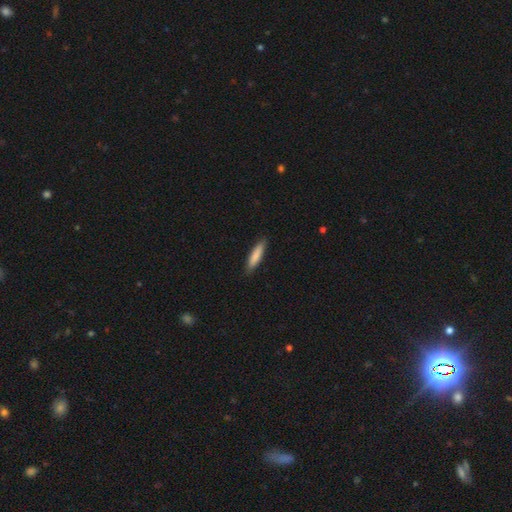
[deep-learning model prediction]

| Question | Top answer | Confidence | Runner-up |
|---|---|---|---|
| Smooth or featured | smooth | 84% | featured or disk (11%) |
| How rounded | cigar-shaped | 82% | in between (17%) |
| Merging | none | 88% | minor disturbance (9%) |